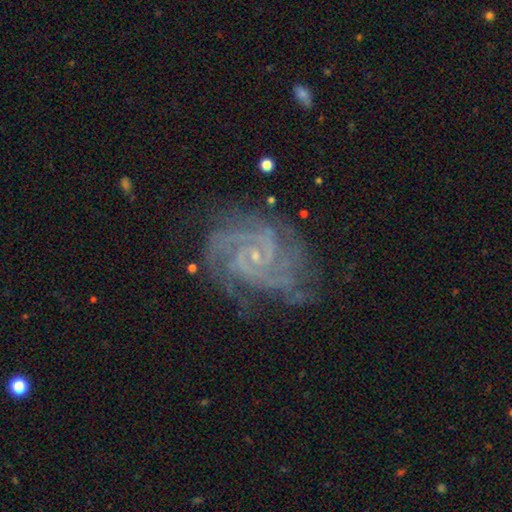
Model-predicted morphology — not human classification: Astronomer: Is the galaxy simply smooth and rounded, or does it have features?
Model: featured or disk — 90%.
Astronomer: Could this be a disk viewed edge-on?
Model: no — 98%.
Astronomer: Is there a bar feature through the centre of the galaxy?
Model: no — 60%.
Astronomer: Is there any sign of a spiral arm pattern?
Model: yes — 98%.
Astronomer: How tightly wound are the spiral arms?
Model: tight — 64%.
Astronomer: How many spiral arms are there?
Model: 2 — 28% (runner-up: 3, 24%).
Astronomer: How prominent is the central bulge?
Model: small — 83%.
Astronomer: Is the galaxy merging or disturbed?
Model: none — 72%.